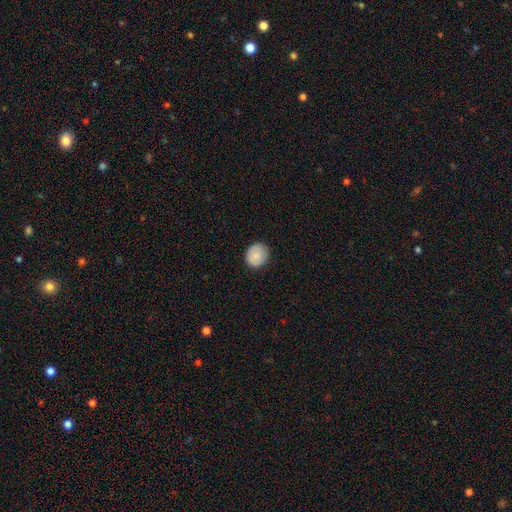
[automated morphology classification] Smooth or featured?
  - smooth: 83% *
  - featured or disk: 10%
  - star or artifact: 7%
How rounded?
  - round: 81% *
  - in between: 18%
  - cigar-shaped: 1%
Merging?
  - none: 87% *
  - minor disturbance: 10%
  - major disturbance: 2%
  - merger: 1%